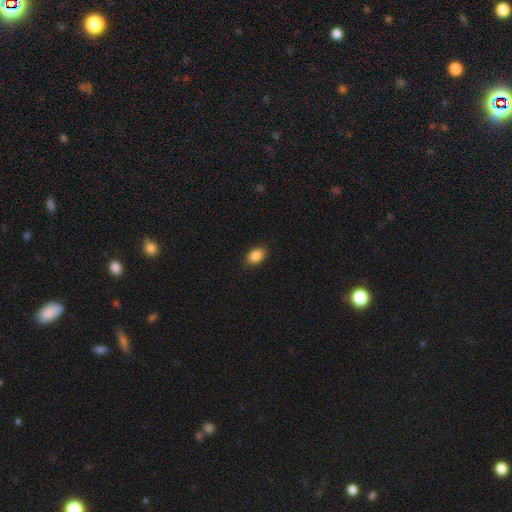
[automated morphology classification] This is clearly a smooth galaxy (88%). How rounded: clearly in between (85%). Merging: clearly none (88%).